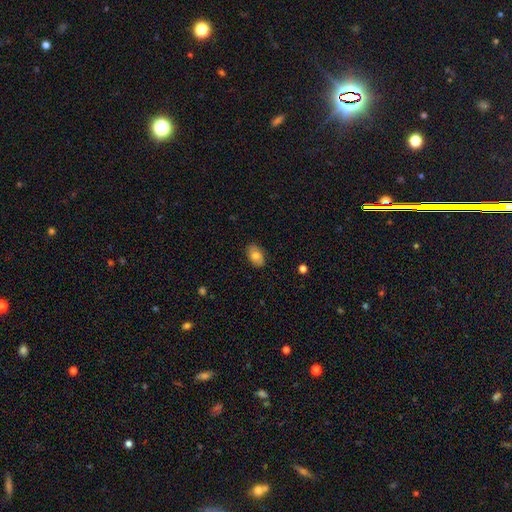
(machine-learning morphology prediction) A smooth galaxy with no disk features (76%) that is in between round and cigar-shaped (87%).

Vote fractions:
- Smooth or featured? smooth: 76% / featured or disk: 16% / star or artifact: 8%
- How rounded? in between: 87% / round: 11% / cigar-shaped: 1%
- Merging? none: 84% / minor disturbance: 13% / major disturbance: 2% / merger: 1%